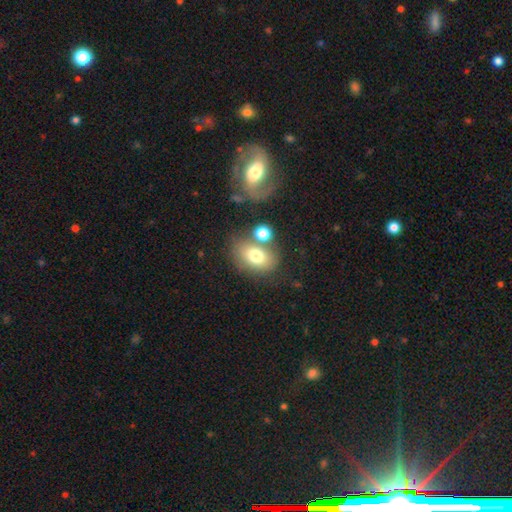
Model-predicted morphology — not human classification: Smooth or featured: smooth — 72% (featured or disk — 18%)
How rounded: in between — 73% (round — 26%)
Merging: none — 52% (merger — 25%)